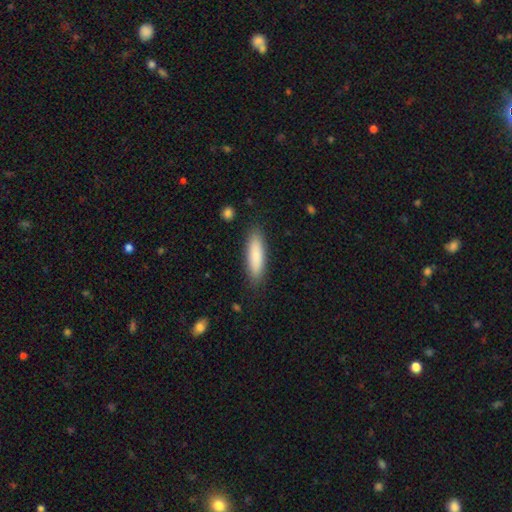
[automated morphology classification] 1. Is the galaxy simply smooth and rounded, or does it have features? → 86% smooth, 8% featured or disk, 6% star or artifact.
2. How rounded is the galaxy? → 64% cigar-shaped, 35% in between, 1% round.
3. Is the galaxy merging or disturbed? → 87% none, 10% minor disturbance, 2% major disturbance, 1% merger.